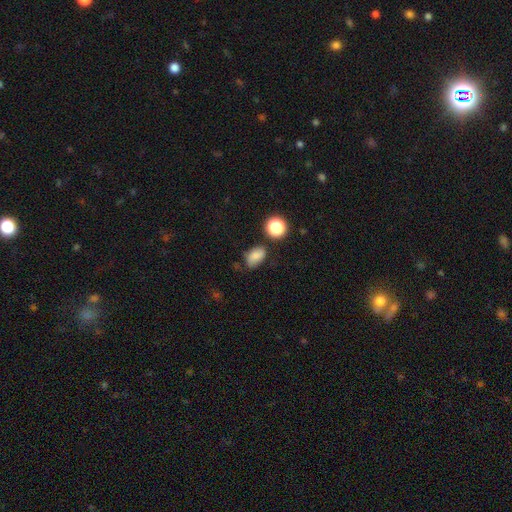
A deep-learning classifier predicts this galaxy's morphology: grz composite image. It shows a smooth galaxy with no disk features (80%) that is in between round and cigar-shaped (83%). Merging: none (63%).